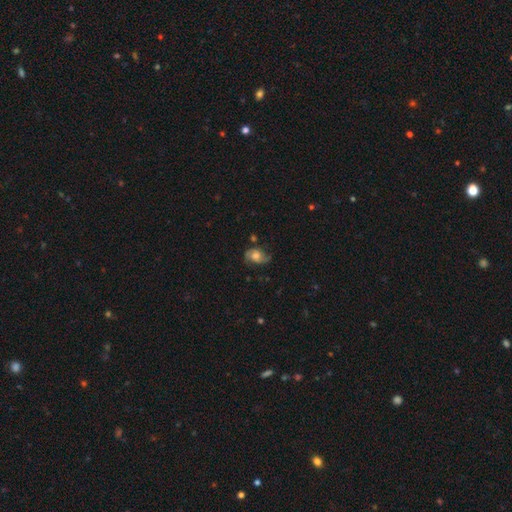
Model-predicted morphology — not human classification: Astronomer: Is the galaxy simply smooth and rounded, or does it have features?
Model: featured or disk — 64%.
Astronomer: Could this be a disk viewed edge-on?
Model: no — 96%.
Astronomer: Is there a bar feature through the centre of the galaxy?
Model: no — 67%.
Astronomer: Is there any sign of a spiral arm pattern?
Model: yes — 90%.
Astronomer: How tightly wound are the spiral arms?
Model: medium — 45% (runner-up: loose, 36%).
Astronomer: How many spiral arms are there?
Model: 2 — 85%.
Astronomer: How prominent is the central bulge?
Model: moderate — 40% (runner-up: large, 34%).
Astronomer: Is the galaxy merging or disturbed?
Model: none — 63%.